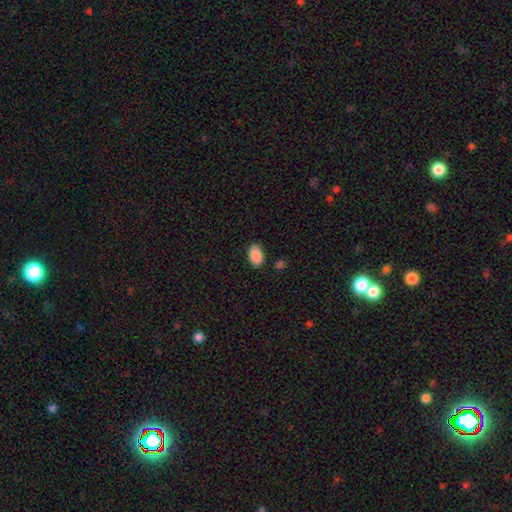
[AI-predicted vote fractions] Q: Smooth or featured?
A: smooth (90%); runner-up: star or artifact (7%)
Q: How rounded?
A: in between (91%); runner-up: round (8%)
Q: Merging?
A: none (83%); runner-up: minor disturbance (12%)